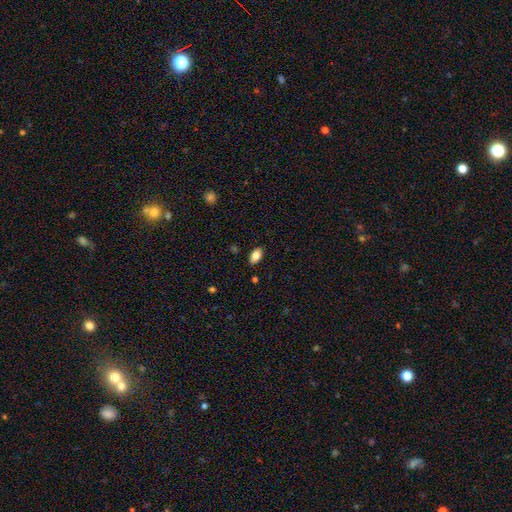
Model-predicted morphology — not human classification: Smooth or featured? smooth (81%)
How rounded? in between (92%)
Merging? none (87%)